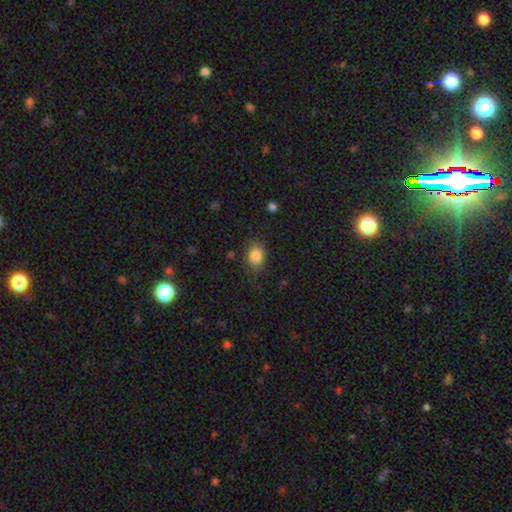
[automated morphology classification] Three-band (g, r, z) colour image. It shows a smooth galaxy with no disk features (85%) that is in between round and cigar-shaped (65%). Merging: none (79%).